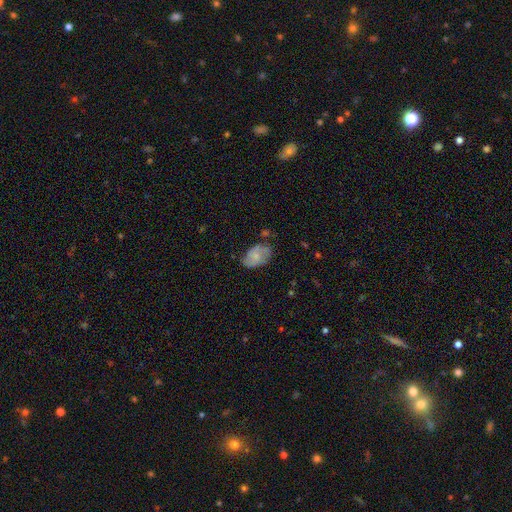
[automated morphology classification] Smooth or featured? smooth (56%)
How rounded? in between (90%)
Merging? none (58%)